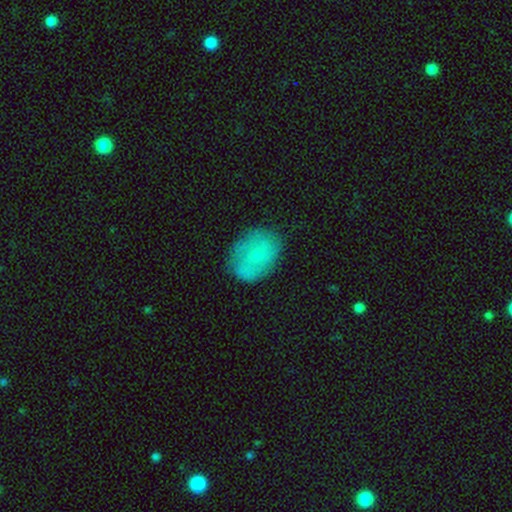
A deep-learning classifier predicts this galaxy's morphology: Smooth or featured? Predicted: smooth (p=0.67). How rounded? Predicted: in between (p=0.67). Merging? Predicted: none (p=0.73).